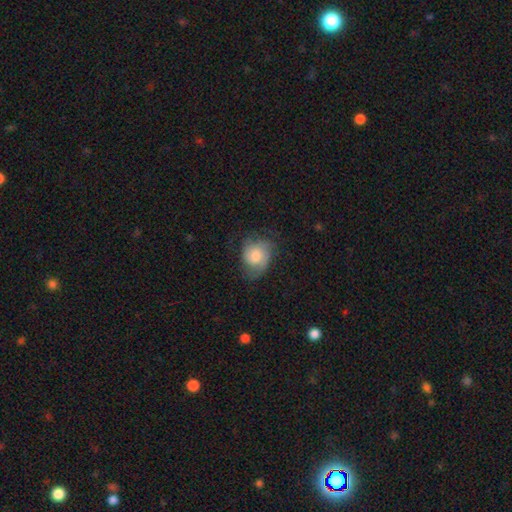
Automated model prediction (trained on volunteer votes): Smooth or featured?
  - smooth: 52% *
  - featured or disk: 40%
  - star or artifact: 8%
How rounded?
  - round: 52% *
  - in between: 46%
  - cigar-shaped: 1%
Merging?
  - none: 55% *
  - minor disturbance: 28%
  - major disturbance: 16%
  - merger: 1%